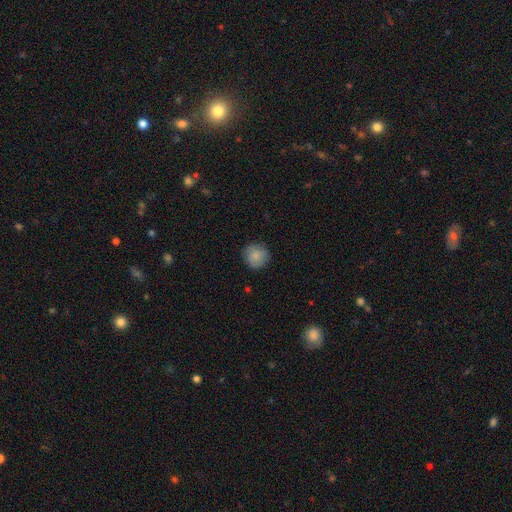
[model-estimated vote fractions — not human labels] A smooth galaxy with no disk features (85%) that is round (94%).

Vote fractions:
- Smooth or featured? smooth: 85% / star or artifact: 8% / featured or disk: 7%
- How rounded? round: 94% / in between: 5% / cigar-shaped: 1%
- Merging? none: 87% / minor disturbance: 10% / major disturbance: 2% / merger: 1%